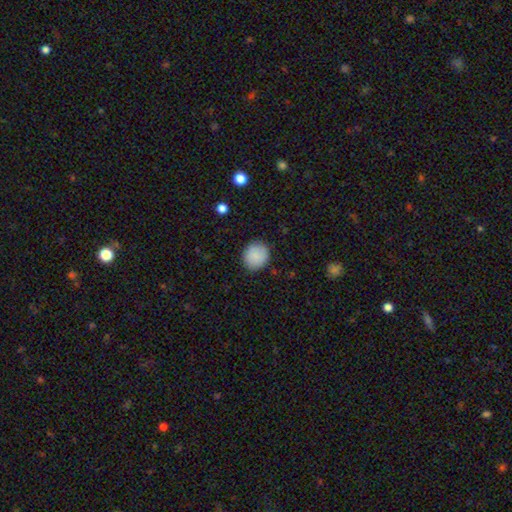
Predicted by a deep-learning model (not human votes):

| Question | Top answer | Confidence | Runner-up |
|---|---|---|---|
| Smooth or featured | smooth | 88% | star or artifact (7%) |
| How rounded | round | 87% | in between (12%) |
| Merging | none | 88% | minor disturbance (8%) |